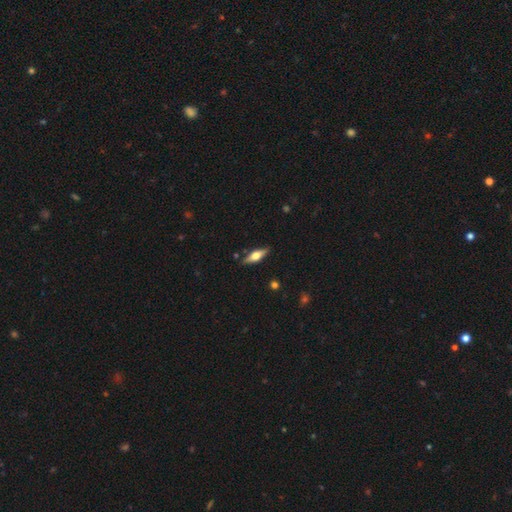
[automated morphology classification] Smooth or featured? Predicted: featured or disk (p=0.59). Edge-on disk? Predicted: yes (p=0.94). Edge-on bulge? Predicted: rounded (p=0.93). Merging? Predicted: none (p=0.87).